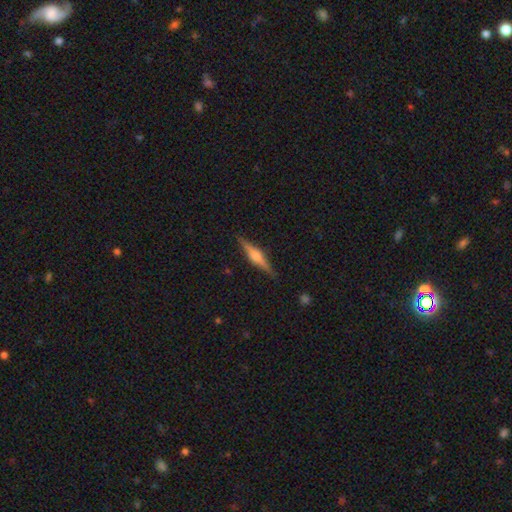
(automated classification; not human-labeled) This is likely a featured or disk galaxy (73%). It is clearly viewed edge-on (98%). Edge-on bulge: clearly rounded (87%). Merging: clearly none (90%).